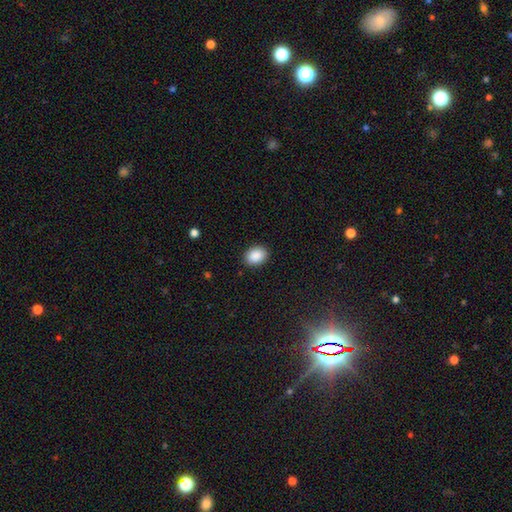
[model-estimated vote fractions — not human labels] smooth 90%, star or artifact 7%, featured or disk 3%. Down the decision tree: how rounded — in between (72%); merging — none (88%).